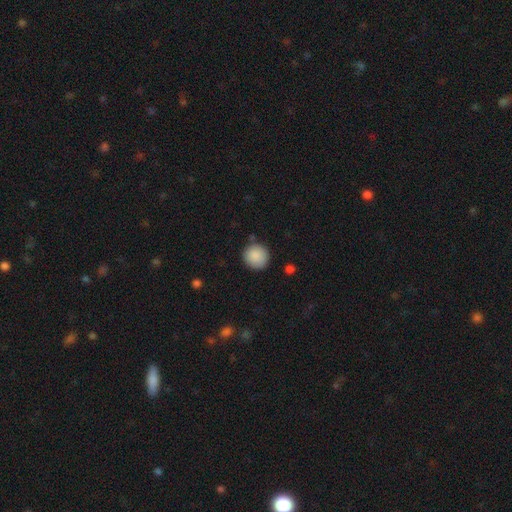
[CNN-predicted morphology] Smooth or featured? smooth (89%)
How rounded? round (92%)
Merging? none (85%)